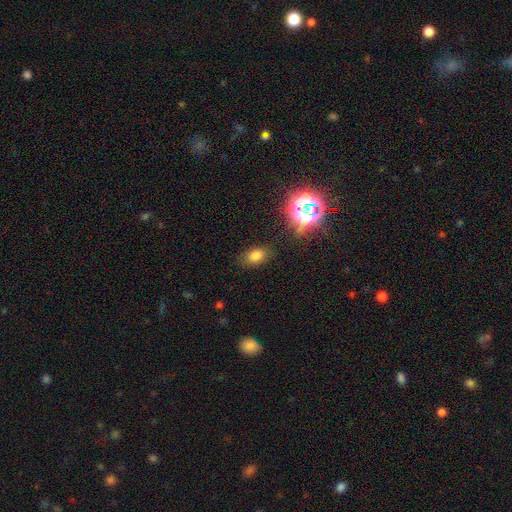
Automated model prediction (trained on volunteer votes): Q: Smooth or featured?
A: smooth (74%); runner-up: star or artifact (19%)
Q: How rounded?
A: in between (83%); runner-up: round (15%)
Q: Merging?
A: none (82%); runner-up: minor disturbance (12%)